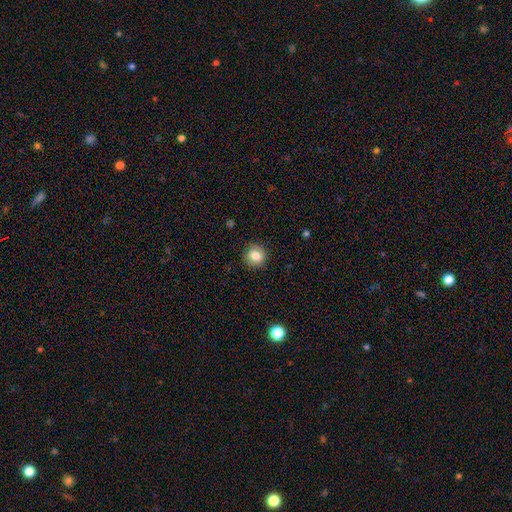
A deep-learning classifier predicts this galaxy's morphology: Smooth or featured: smooth — 82% (star or artifact — 10%)
How rounded: round — 90% (in between — 9%)
Merging: none — 89% (minor disturbance — 8%)